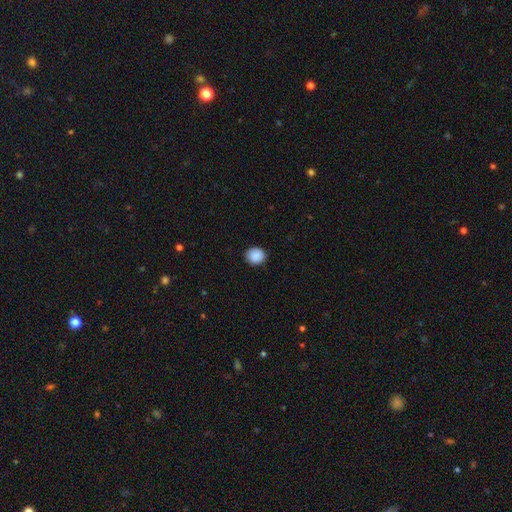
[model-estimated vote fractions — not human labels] A smooth galaxy with no disk features (90%) that is round (85%).

Vote fractions:
- Smooth or featured? smooth: 90% / star or artifact: 8% / featured or disk: 2%
- How rounded? round: 85% / in between: 14% / cigar-shaped: 1%
- Merging? none: 91% / minor disturbance: 6% / major disturbance: 2% / merger: 1%